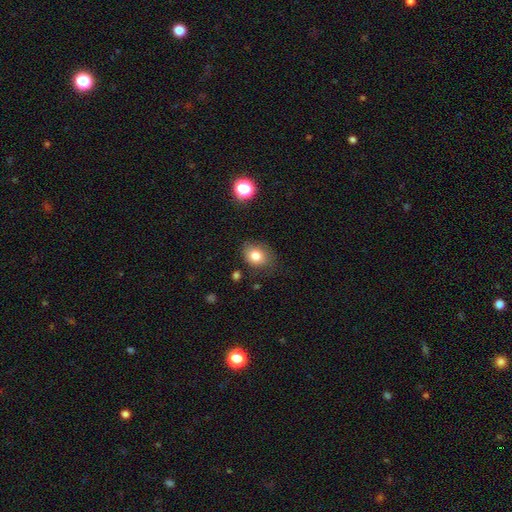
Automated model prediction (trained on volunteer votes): Overall: smooth (80%). How rounded: round (53%; in between 46%). Merging: none (73%).